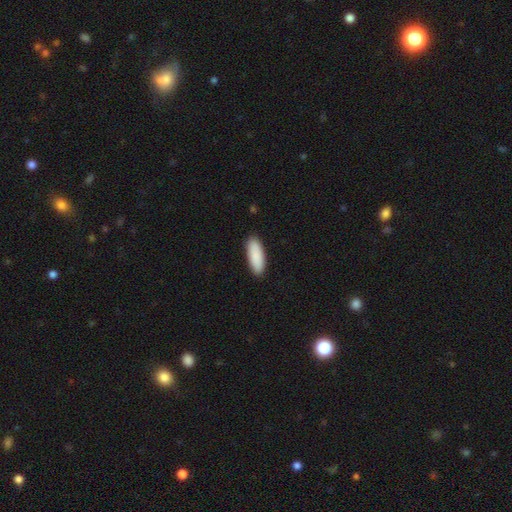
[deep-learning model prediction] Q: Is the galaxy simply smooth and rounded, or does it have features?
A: smooth — 90%.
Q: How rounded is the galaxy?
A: in between — 68%.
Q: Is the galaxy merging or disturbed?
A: none — 90%.